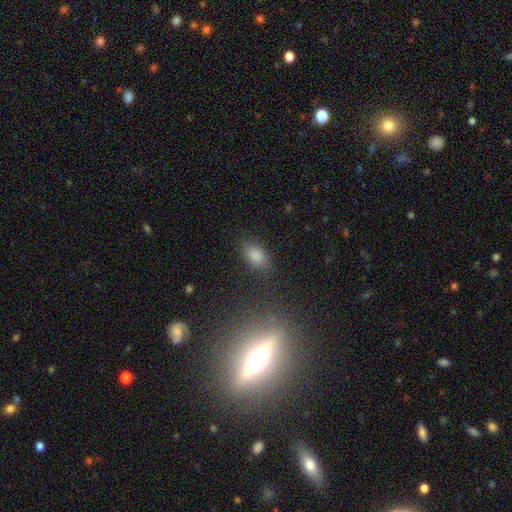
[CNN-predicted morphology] type=smooth (84%); roundness=in between (89%); merging=none (78%).